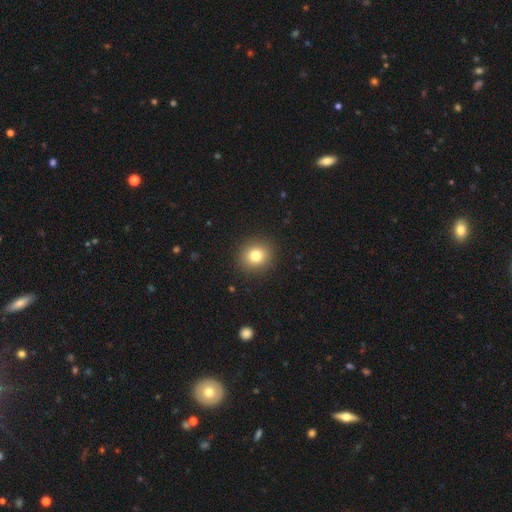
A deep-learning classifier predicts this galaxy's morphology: Smooth or featured: smooth — 79% (star or artifact — 12%)
How rounded: round — 86% (in between — 13%)
Merging: none — 91% (minor disturbance — 6%)